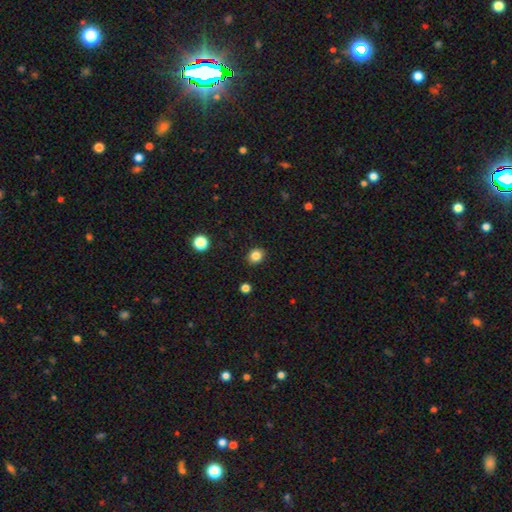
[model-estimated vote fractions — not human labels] A smooth galaxy with no disk features (83%) that is round (71%).

Vote fractions:
- Smooth or featured? smooth: 83% / star or artifact: 12% / featured or disk: 5%
- How rounded? round: 71% / in between: 28% / cigar-shaped: 1%
- Merging? none: 90% / minor disturbance: 7% / major disturbance: 2% / merger: 1%